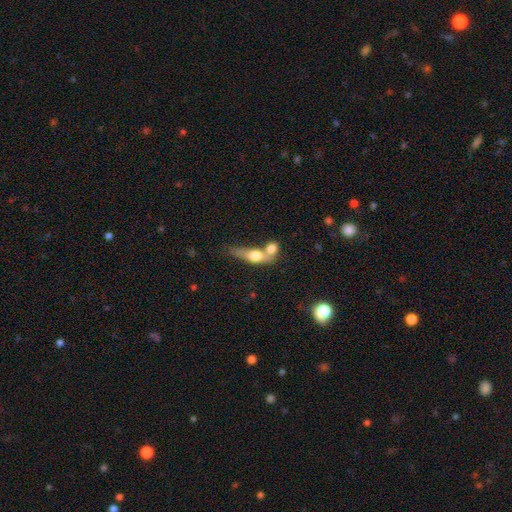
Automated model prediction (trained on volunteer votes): Morphology: type=smooth (58%); roundness=in between (49%); merging=merger (60%).